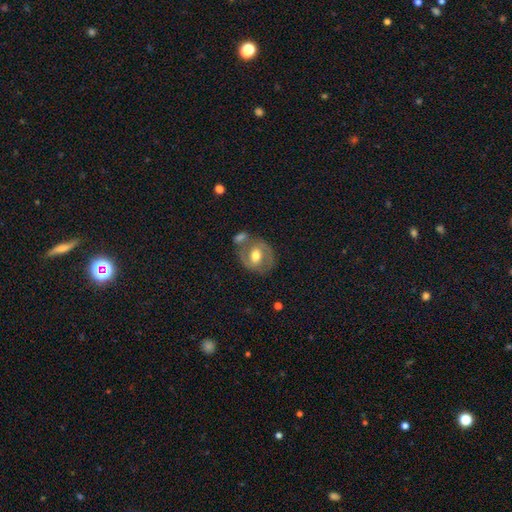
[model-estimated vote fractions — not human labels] Smooth or featured?
  - featured or disk: 62% *
  - smooth: 31%
  - star or artifact: 7%
Edge-on disk?
  - no: 96% *
  - yes: 4%
Bar?
  - weak: 43% *
  - no: 39%
  - strong: 18%
Spiral arms?
  - yes: 72% *
  - no: 28%
Bulge size?
  - moderate: 75% *
  - large: 13%
  - small: 10%
  - dominant: 1%
  - none: 1%
Merging?
  - none: 58% *
  - merger: 17%
  - minor disturbance: 17%
  - major disturbance: 8%